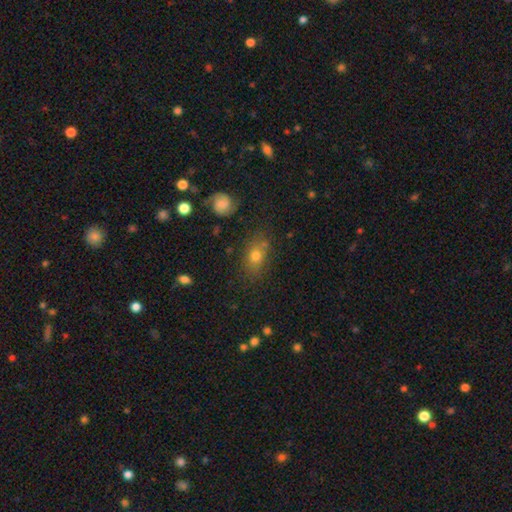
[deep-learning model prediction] Overall: smooth (69%). How rounded: in between (68%). Merging: none (73%).